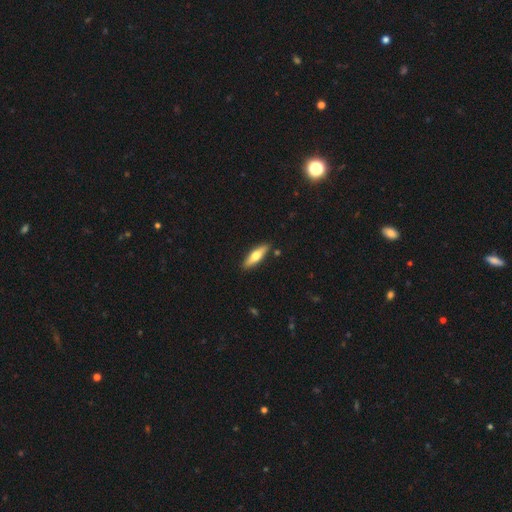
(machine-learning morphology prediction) smooth 52%, featured or disk 43%, star or artifact 5%. Down the decision tree: how rounded — cigar-shaped (62%); merging — none (88%).